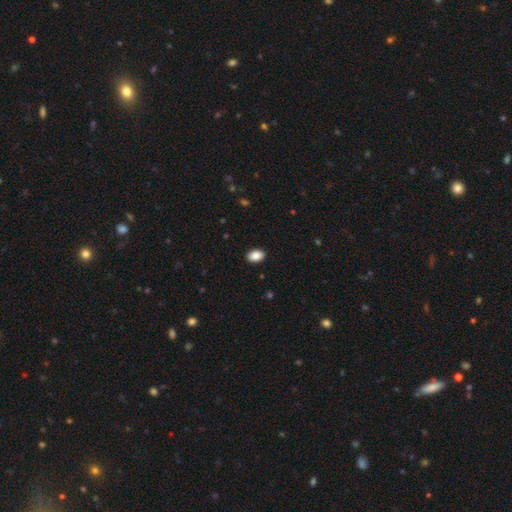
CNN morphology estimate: This appears to be a smooth galaxy with no disk features (89%) that is in between round and cigar-shaped (87%). Merging: none (91%).